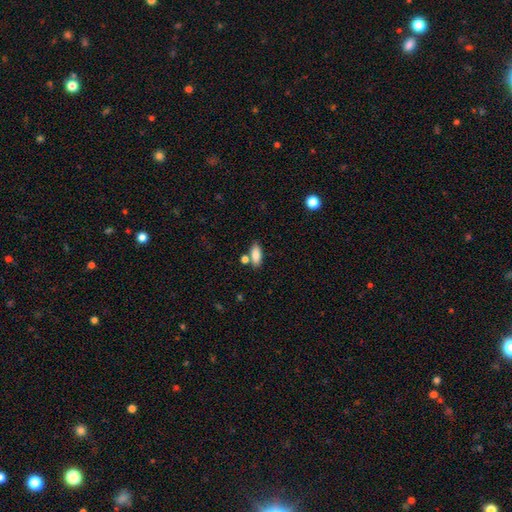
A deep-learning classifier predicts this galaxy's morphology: Q: Smooth or featured?
A: smooth (85%); runner-up: featured or disk (8%)
Q: How rounded?
A: in between (83%); runner-up: cigar-shaped (14%)
Q: Merging?
A: none (70%); runner-up: merger (15%)